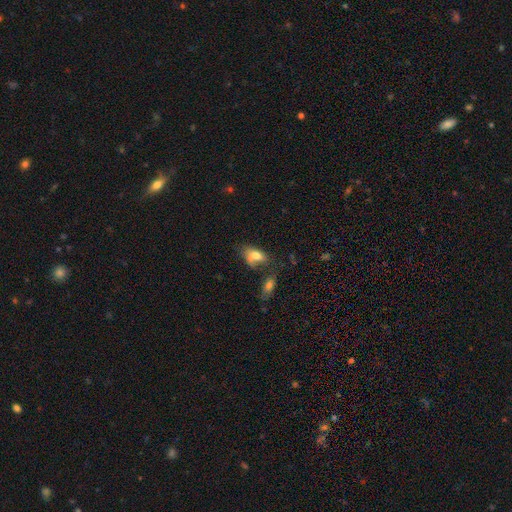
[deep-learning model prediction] Smooth or featured? Predicted: smooth (p=0.72). How rounded? Predicted: in between (p=0.87). Merging? Predicted: none (p=0.41).